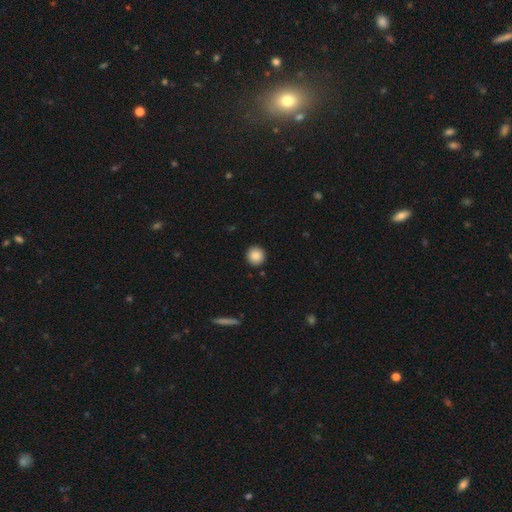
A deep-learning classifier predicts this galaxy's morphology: Smooth or featured? Predicted: smooth (p=0.88). How rounded? Predicted: round (p=0.95). Merging? Predicted: none (p=0.93).